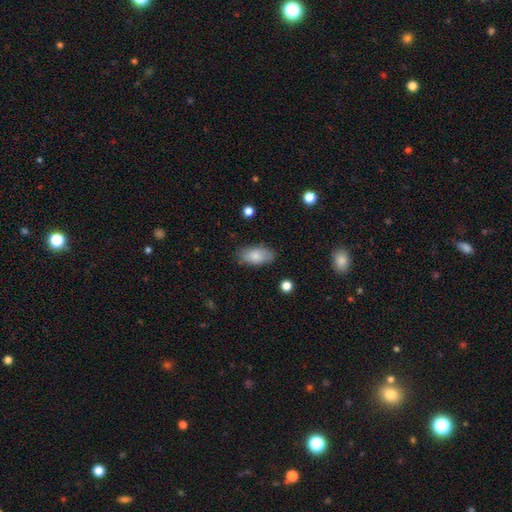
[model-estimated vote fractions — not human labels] smooth 83%, featured or disk 10%, star or artifact 7%. Down the decision tree: how rounded — in between (92%); merging — none (80%).